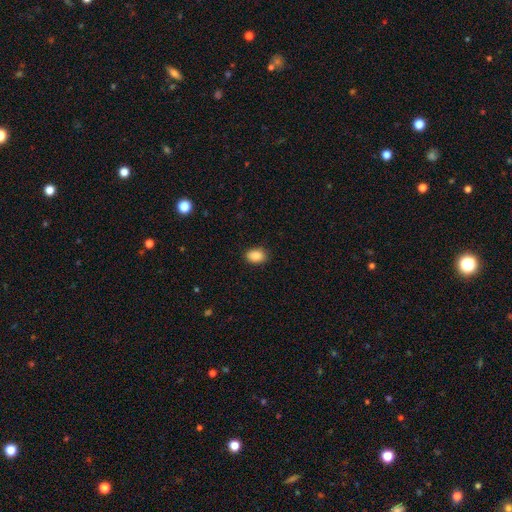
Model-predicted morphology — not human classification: A smooth galaxy with no disk features (89%) that is in between round and cigar-shaped (79%). Merging: none (87%).